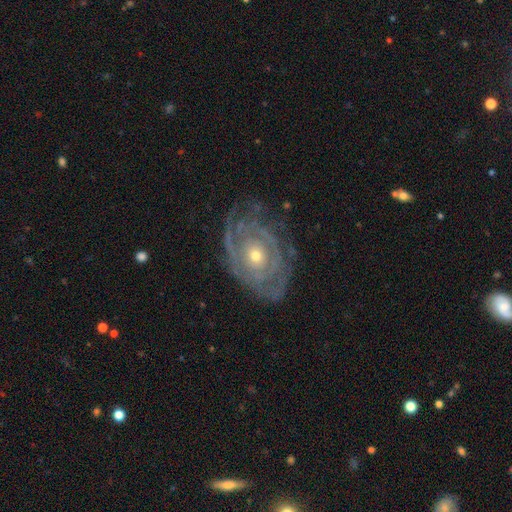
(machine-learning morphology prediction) smooth-or-featured: featured or disk: 84% | smooth: 10% | star or artifact: 6%
  disk-edge-on: no: 96% | yes: 4%
    bar: no: 84% | weak: 12% | strong: 4%
    has-spiral-arms: yes: 86% | no: 14%
      spiral-winding: tight: 76% | medium: 18% | loose: 6%
      spiral-arm-count: can't tell: 45% | 2: 18% | 3: 14% | 4: 10% | more than 4: 8% | 1: 6%
    bulge-size: small: 52% | moderate: 44% | large: 2% | none: 1% | dominant: 1%
  merging: none: 69% | minor disturbance: 20% | major disturbance: 10% | merger: 1%